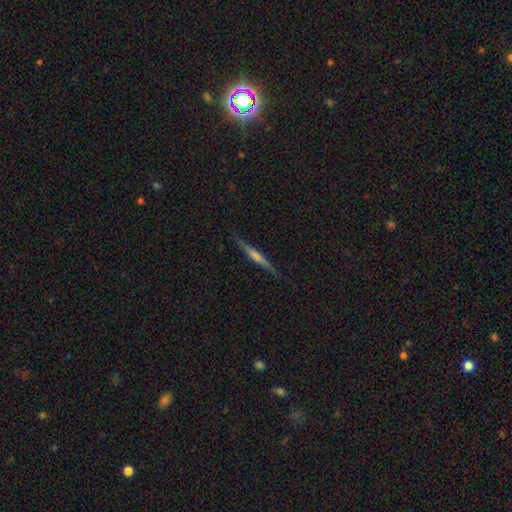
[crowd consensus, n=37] This is likely a featured or disk galaxy (65%). It is clearly viewed edge-on (96%). Edge-on bulge: marginally none (39%). Merging: clearly none (81%).